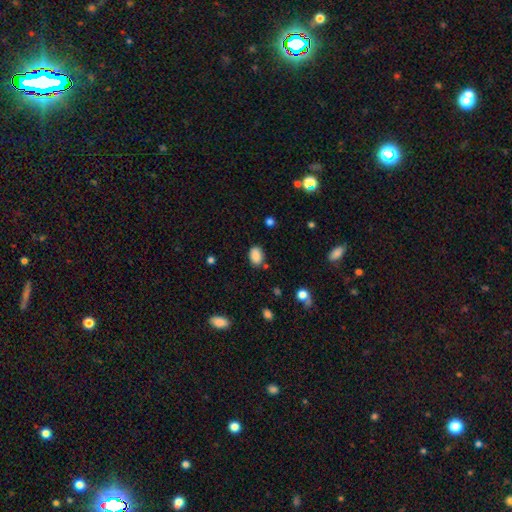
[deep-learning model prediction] The model was most divided on "merging": none: 80%, minor disturbance: 13%, merger: 3%, major disturbance: 3%. More confident: smooth or featured — smooth (87%); how rounded — in between (85%).